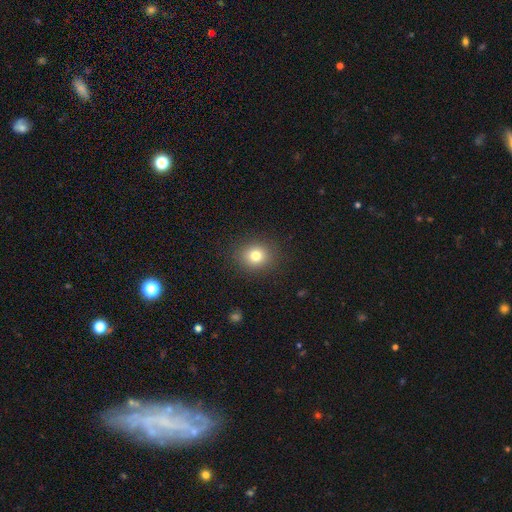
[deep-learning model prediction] smooth_or_featured: smooth (p=0.78) [alt: star or artifact p=0.13]
how_rounded: round (p=0.78) [alt: in between p=0.21]
merging: none (p=0.89) [alt: minor disturbance p=0.07]